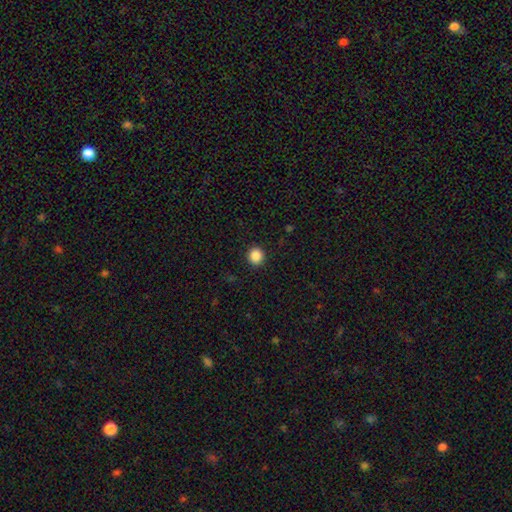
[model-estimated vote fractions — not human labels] smooth-or-featured: smooth: 87% | star or artifact: 10% | featured or disk: 3%
  how-rounded: round: 89% | in between: 10% | cigar-shaped: 1%
  merging: none: 92% | minor disturbance: 5% | major disturbance: 2% | merger: 1%